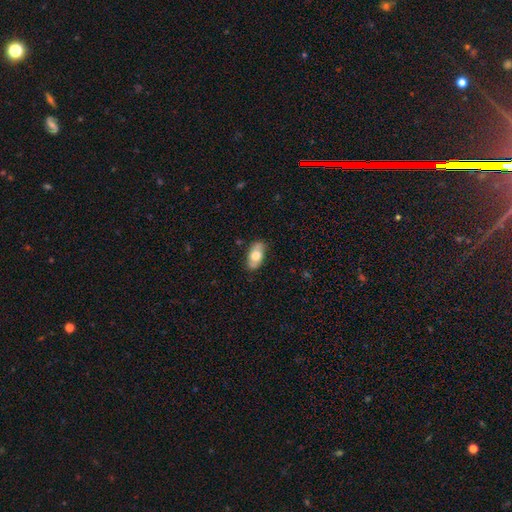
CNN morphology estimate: smooth 60%, featured or disk 33%, star or artifact 6%. Down the decision tree: how rounded — in between (91%); merging — none (81%).